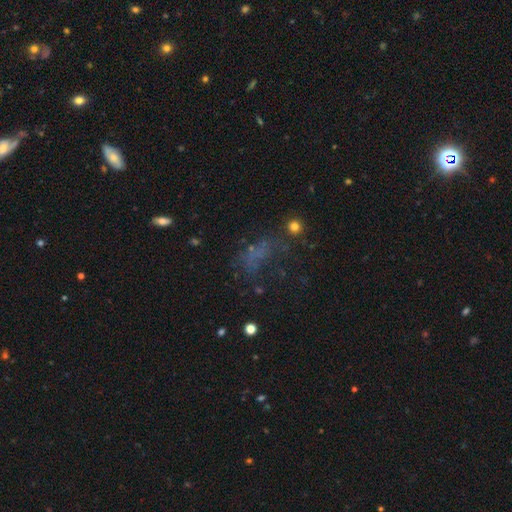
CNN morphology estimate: smooth 38%, star or artifact 37%, featured or disk 26%. Down the decision tree: merging — none (42%).